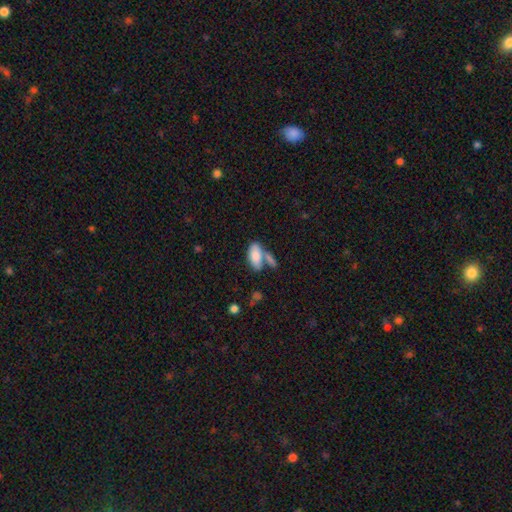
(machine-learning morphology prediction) Q: Smooth or featured?
A: smooth (81%); runner-up: featured or disk (12%)
Q: How rounded?
A: in between (89%); runner-up: cigar-shaped (8%)
Q: Merging?
A: none (43%); runner-up: merger (37%)